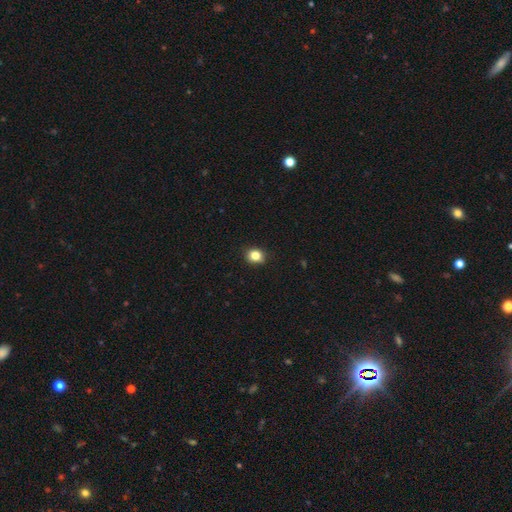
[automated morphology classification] This is clearly a smooth galaxy (83%). How rounded: likely round (69%). Merging: clearly none (90%).